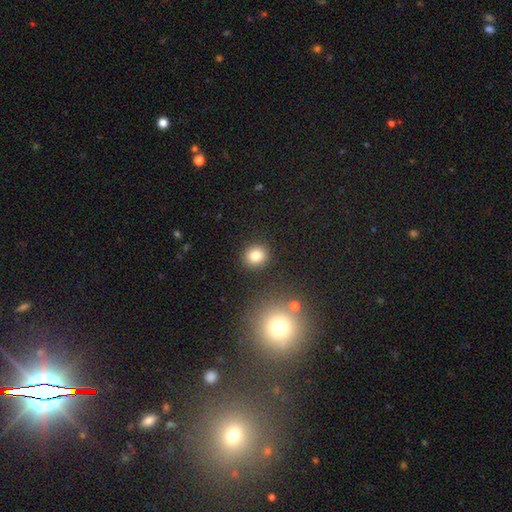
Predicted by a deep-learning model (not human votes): smooth_or_featured: smooth (p=0.82) [alt: star or artifact p=0.12]
how_rounded: round (p=0.83) [alt: in between p=0.16]
merging: none (p=0.89) [alt: minor disturbance p=0.06]